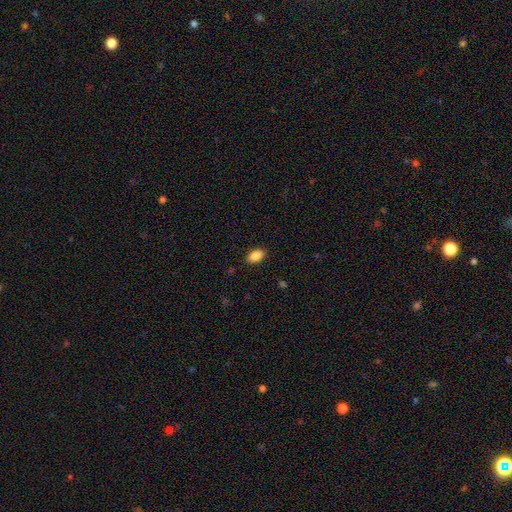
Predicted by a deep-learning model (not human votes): smooth-or-featured: smooth: 89% | star or artifact: 8% | featured or disk: 4%
  how-rounded: in between: 93% | round: 5% | cigar-shaped: 2%
  merging: none: 88% | minor disturbance: 9% | major disturbance: 2% | merger: 1%